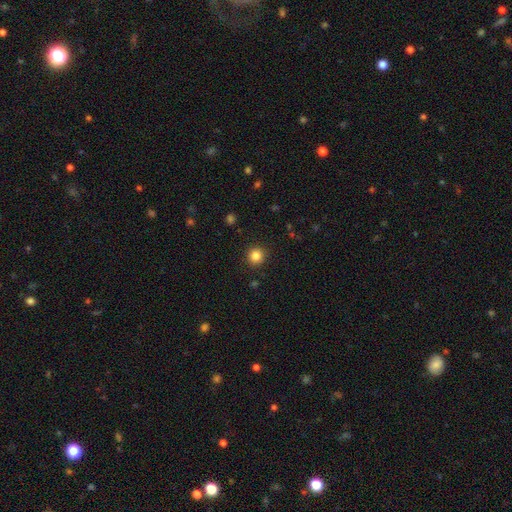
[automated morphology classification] Smooth or featured?
  - smooth: 84% *
  - star or artifact: 11%
  - featured or disk: 4%
How rounded?
  - round: 92% *
  - in between: 7%
  - cigar-shaped: 1%
Merging?
  - none: 91% *
  - minor disturbance: 6%
  - major disturbance: 2%
  - merger: 1%